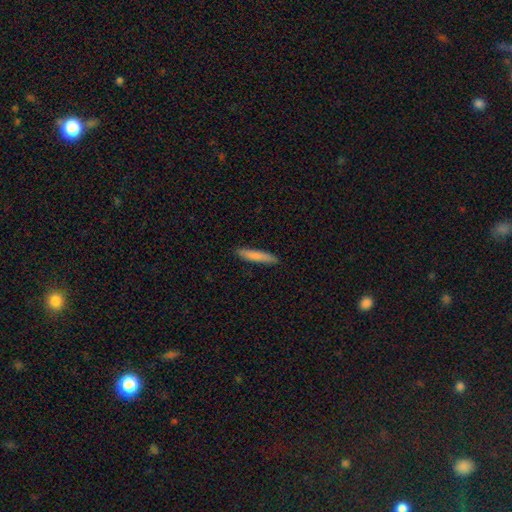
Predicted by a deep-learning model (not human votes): The model was most divided on "smooth or featured": smooth: 82%, featured or disk: 12%, star or artifact: 6%. More confident: how rounded — cigar-shaped (91%); merging — none (89%).